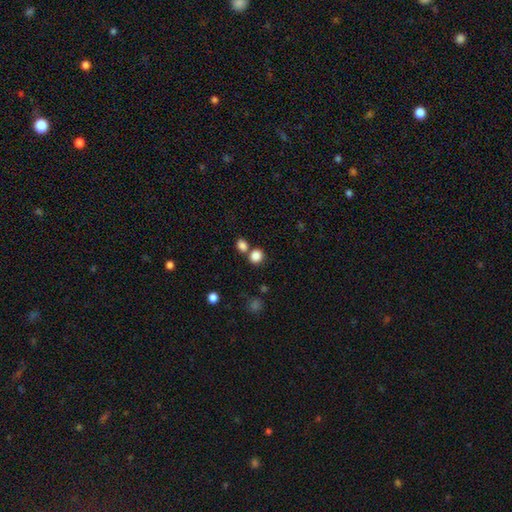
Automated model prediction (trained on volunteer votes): A smooth galaxy with no disk features (85%) that is round (80%). Merging: none (62%).